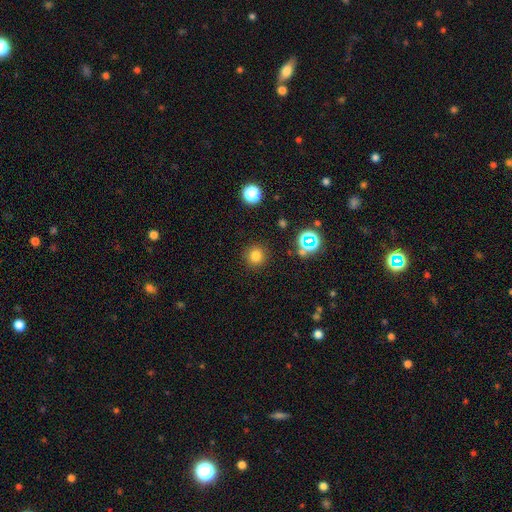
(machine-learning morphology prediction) Q: Smooth or featured?
A: smooth (76%); runner-up: star or artifact (18%)
Q: How rounded?
A: round (94%); runner-up: in between (5%)
Q: Merging?
A: none (89%); runner-up: minor disturbance (6%)